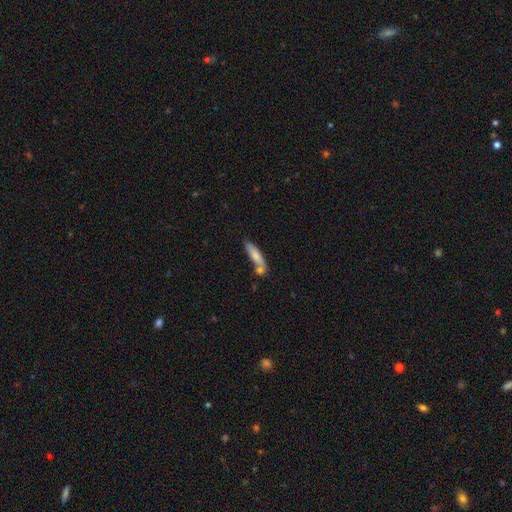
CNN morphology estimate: Smooth or featured? smooth (74%)
How rounded? cigar-shaped (71%)
Merging? none (52%)